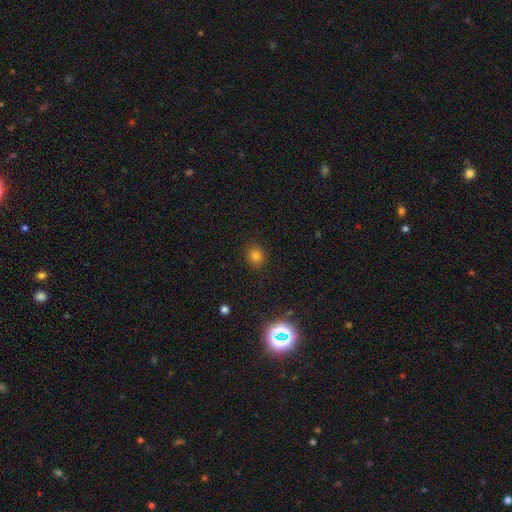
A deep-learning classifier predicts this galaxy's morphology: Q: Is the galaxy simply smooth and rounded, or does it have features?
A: smooth — 77%.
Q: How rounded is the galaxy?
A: round — 82%.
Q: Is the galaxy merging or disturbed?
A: none — 89%.